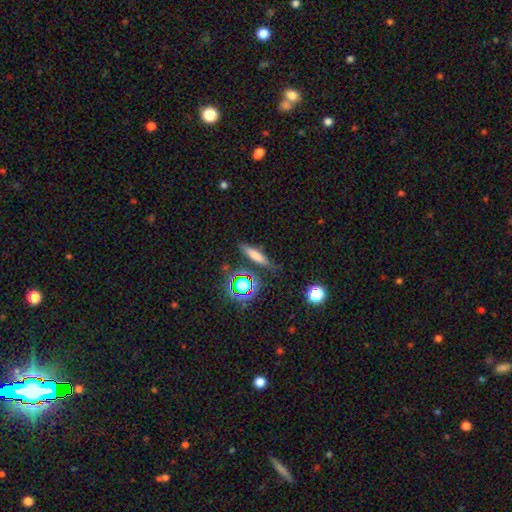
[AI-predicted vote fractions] Overall: smooth (68%). How rounded: cigar-shaped (73%). Merging: none (79%).